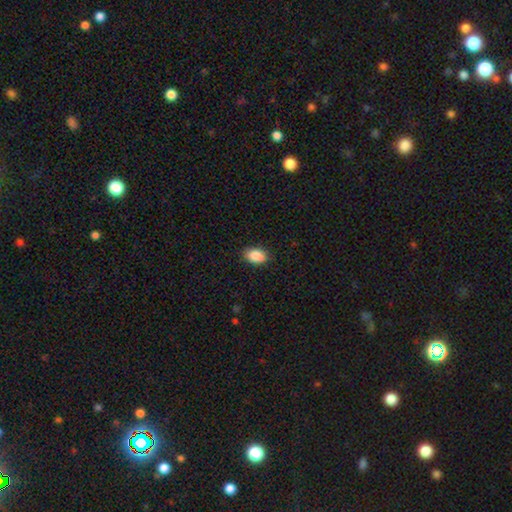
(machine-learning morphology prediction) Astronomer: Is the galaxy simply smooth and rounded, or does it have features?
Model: smooth — 88%.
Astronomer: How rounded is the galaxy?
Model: in between — 89%.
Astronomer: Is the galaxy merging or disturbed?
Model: none — 87%.